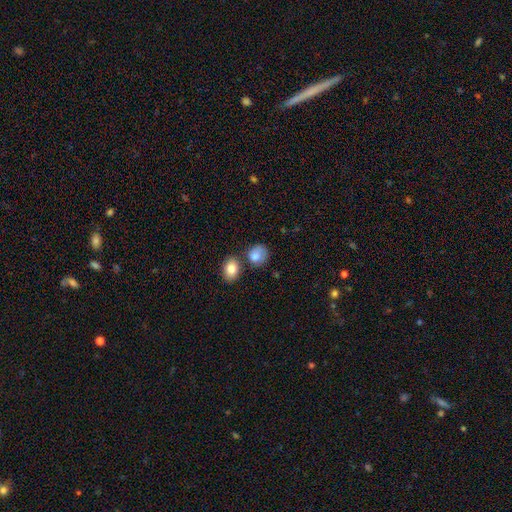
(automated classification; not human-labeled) smooth-or-featured: smooth: 82% | featured or disk: 10% | star or artifact: 8%
  how-rounded: round: 60% | in between: 39% | cigar-shaped: 1%
  merging: none: 54% | merger: 21% | minor disturbance: 19% | major disturbance: 6%